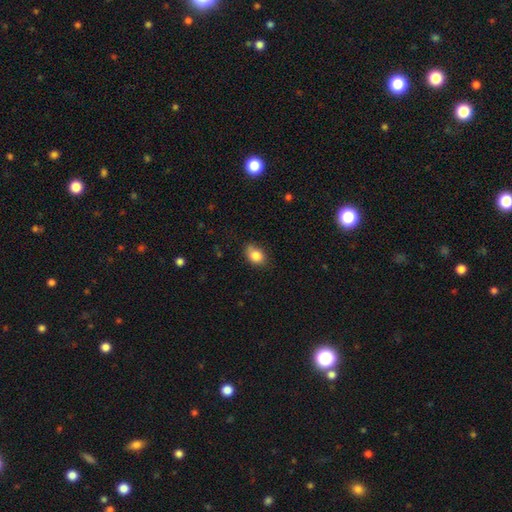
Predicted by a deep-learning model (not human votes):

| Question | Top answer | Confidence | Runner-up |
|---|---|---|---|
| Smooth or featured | smooth | 84% | star or artifact (9%) |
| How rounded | in between | 68% | round (31%) |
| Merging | none | 66% | minor disturbance (27%) |